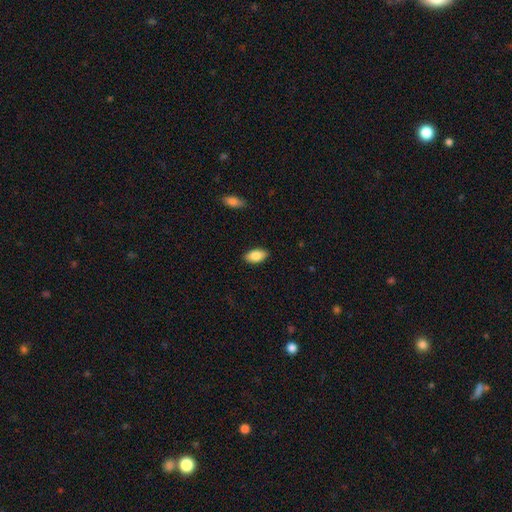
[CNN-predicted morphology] Q: Smooth or featured?
A: smooth (88%); runner-up: star or artifact (7%)
Q: How rounded?
A: in between (94%); runner-up: round (3%)
Q: Merging?
A: none (88%); runner-up: minor disturbance (9%)